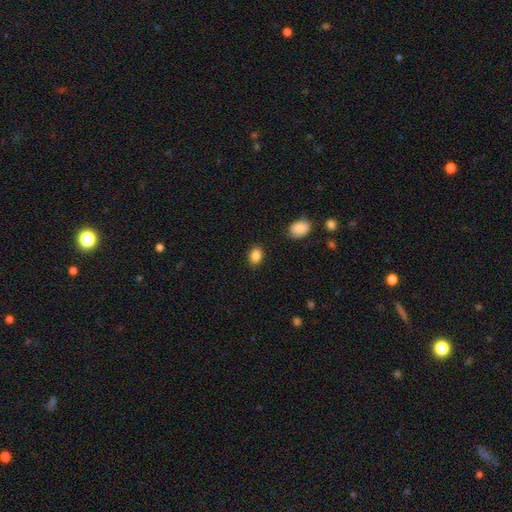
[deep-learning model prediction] smooth_or_featured: smooth (p=0.86) [alt: star or artifact p=0.09]
how_rounded: in between (p=0.76) [alt: round p=0.23]
merging: none (p=0.87) [alt: minor disturbance p=0.09]